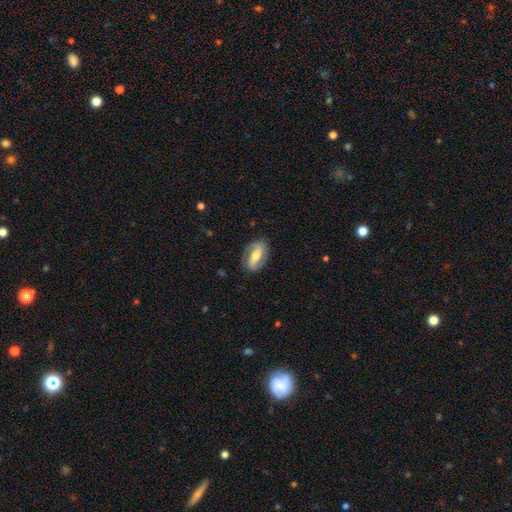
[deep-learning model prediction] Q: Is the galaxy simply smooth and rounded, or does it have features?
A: featured or disk — 70%.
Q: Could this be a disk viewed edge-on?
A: no — 92%.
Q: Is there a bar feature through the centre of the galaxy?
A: strong — 54%.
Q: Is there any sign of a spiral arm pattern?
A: yes — 83%.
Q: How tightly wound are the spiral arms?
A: medium — 40%.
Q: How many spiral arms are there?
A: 2 — 86%.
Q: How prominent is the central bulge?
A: moderate — 60%.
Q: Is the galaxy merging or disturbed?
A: none — 80%.